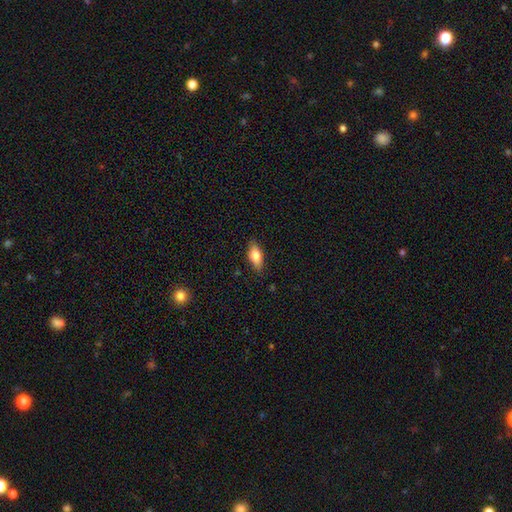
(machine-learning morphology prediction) This is likely a smooth galaxy (78%). How rounded: clearly in between (82%). Merging: clearly none (83%).